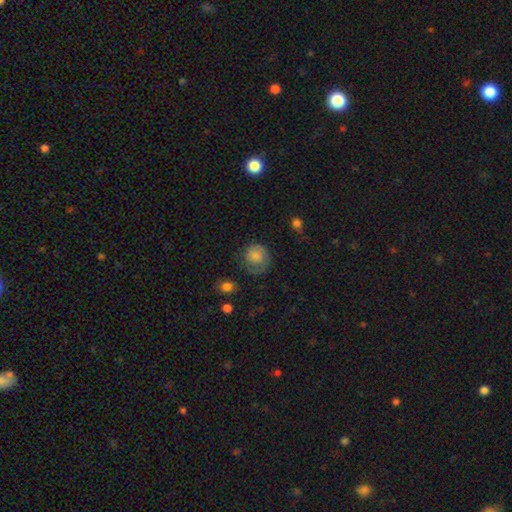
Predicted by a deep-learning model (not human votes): Overall: smooth (74%). How rounded: round (84%). Merging: none (57%; minor disturbance 25%).